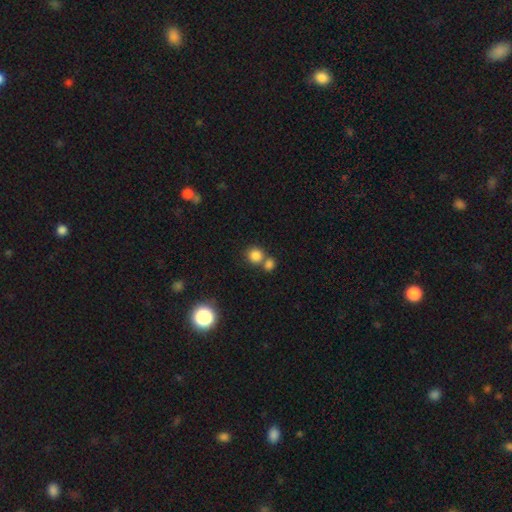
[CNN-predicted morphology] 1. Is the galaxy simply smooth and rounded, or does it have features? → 82% smooth, 12% star or artifact, 6% featured or disk.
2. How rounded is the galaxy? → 87% round, 12% in between, 1% cigar-shaped.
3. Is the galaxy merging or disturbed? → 53% none, 37% merger, 7% minor disturbance, 3% major disturbance.